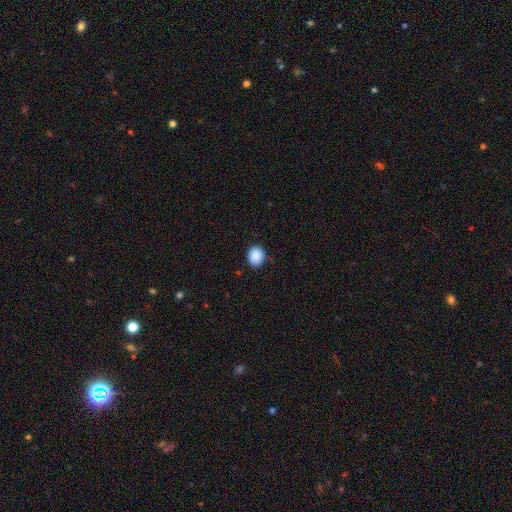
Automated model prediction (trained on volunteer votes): The model was most divided on "how rounded": round: 62%, in between: 37%, cigar-shaped: 1%. More confident: smooth or featured — smooth (89%); merging — none (87%).